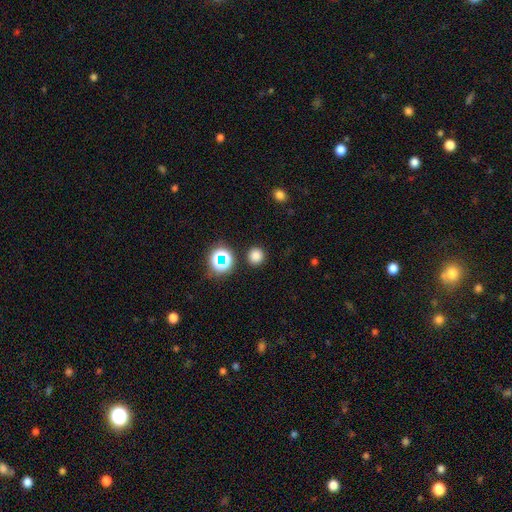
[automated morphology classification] Smooth or featured? smooth (77%)
How rounded? round (94%)
Merging? none (90%)